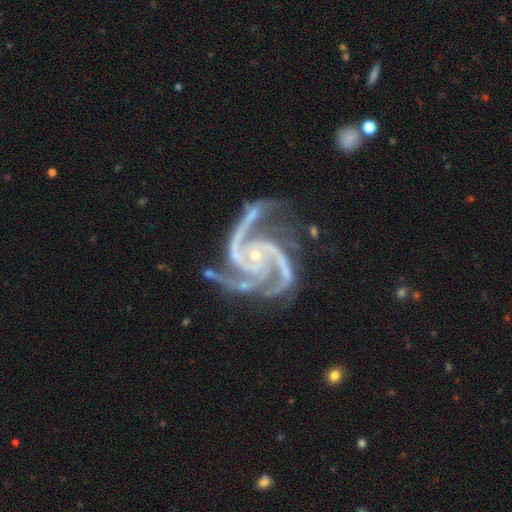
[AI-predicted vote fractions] Morphology: type=featured or disk (95%); edge-on=no (99%); bar=no (66%); spiral arms=yes (99%); winding=medium (54%); arm count=3 (70%); bulge=small (84%); merging=none (63%).